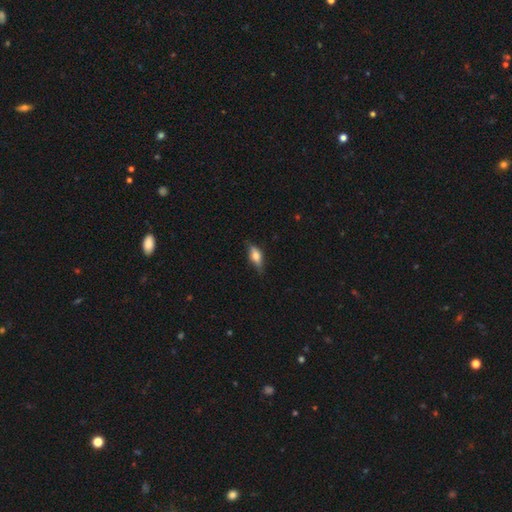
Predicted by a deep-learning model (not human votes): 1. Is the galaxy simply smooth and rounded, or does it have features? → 57% smooth, 36% featured or disk, 8% star or artifact.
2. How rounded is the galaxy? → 73% in between, 22% cigar-shaped, 5% round.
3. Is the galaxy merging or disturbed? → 73% none, 21% minor disturbance, 4% major disturbance, 1% merger.